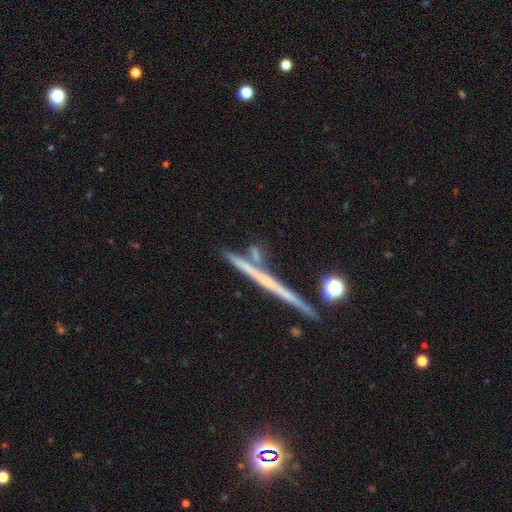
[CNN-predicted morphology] type=featured or disk (48%); merging=none (68%).